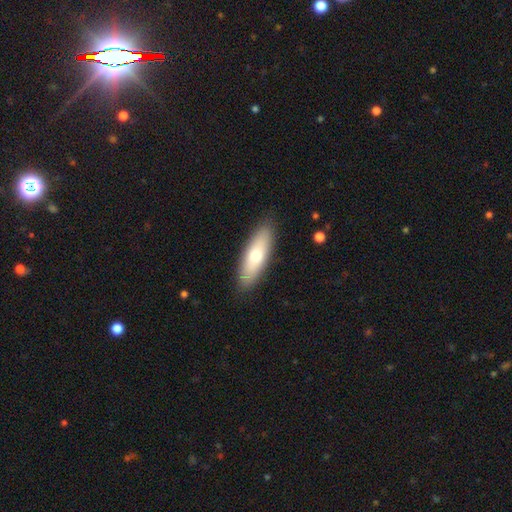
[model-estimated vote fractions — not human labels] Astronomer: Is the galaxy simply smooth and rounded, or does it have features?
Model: smooth — 70%.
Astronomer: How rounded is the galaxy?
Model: in between — 53% (runner-up: cigar-shaped, 45%).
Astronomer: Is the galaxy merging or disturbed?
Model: none — 88%.